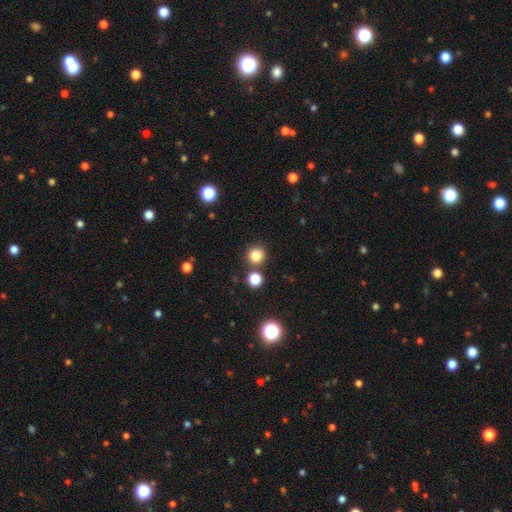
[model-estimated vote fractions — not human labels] A smooth galaxy with no disk features (82%) that is round (93%). Merging: none (83%).